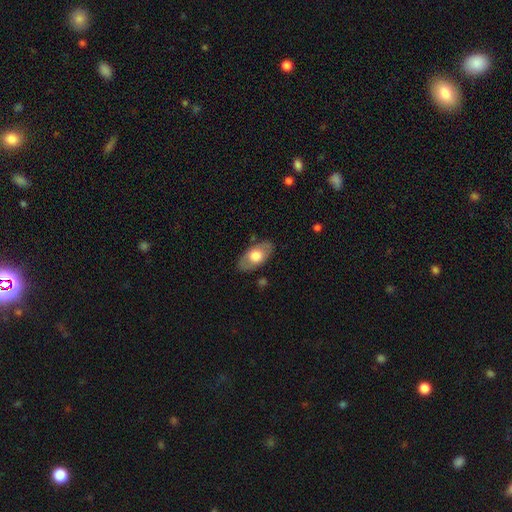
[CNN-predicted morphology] This is likely a smooth galaxy (62%). How rounded: clearly in between (92%). Merging: clearly none (82%).